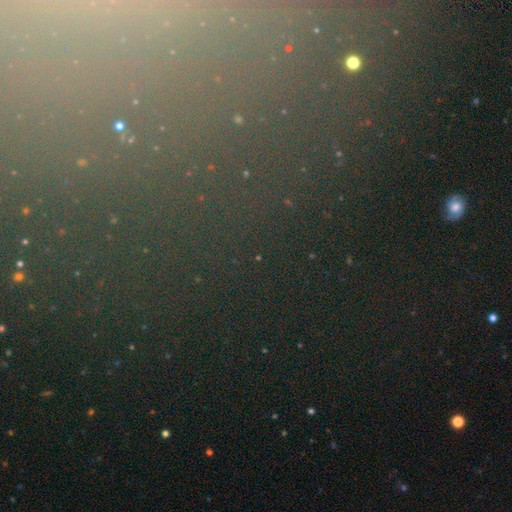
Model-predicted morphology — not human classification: Smooth or featured: star or artifact — 74% (smooth — 15%)